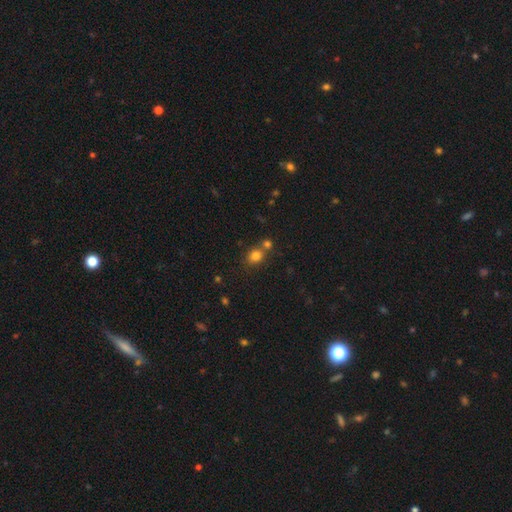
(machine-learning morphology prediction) Smooth or featured? smooth (80%)
How rounded? round (69%)
Merging? none (58%)